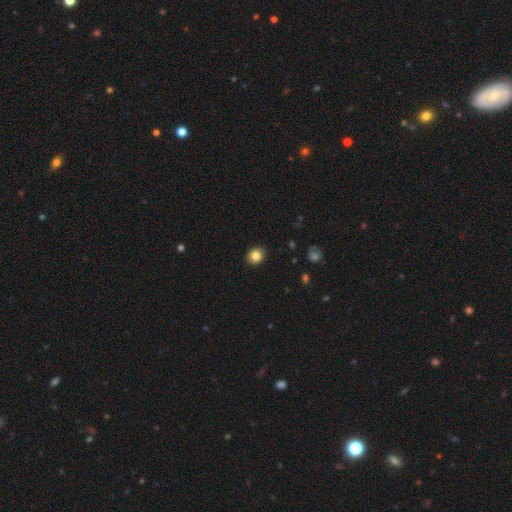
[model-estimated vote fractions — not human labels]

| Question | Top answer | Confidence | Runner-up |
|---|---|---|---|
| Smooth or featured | smooth | 85% | star or artifact (10%) |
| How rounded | round | 69% | in between (30%) |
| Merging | none | 91% | minor disturbance (7%) |